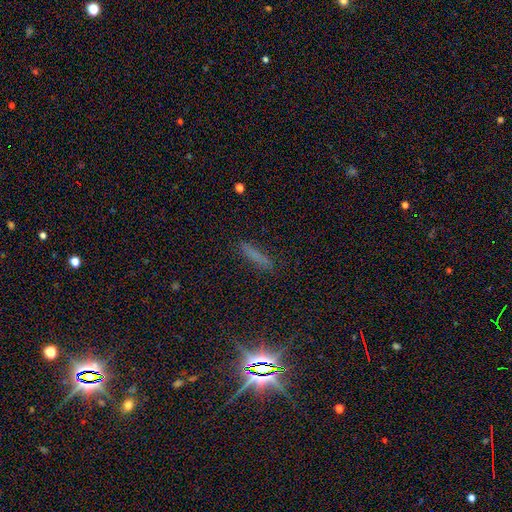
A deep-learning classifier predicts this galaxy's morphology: A smooth galaxy with no disk features (61%) that is cigar-shaped (89%). Merging: none (83%).